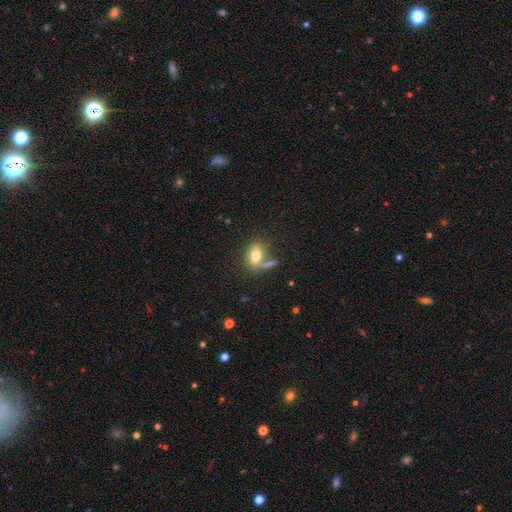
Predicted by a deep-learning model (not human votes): Smooth or featured?
  - smooth: 73% *
  - featured or disk: 18%
  - star or artifact: 9%
How rounded?
  - in between: 82% *
  - round: 12%
  - cigar-shaped: 6%
Merging?
  - none: 54% *
  - merger: 24%
  - minor disturbance: 14%
  - major disturbance: 8%